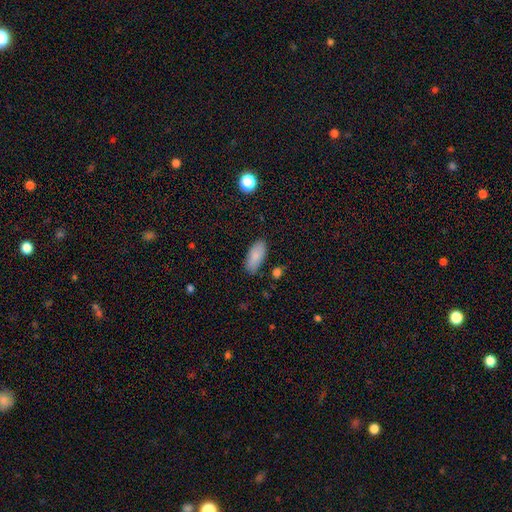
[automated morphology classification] This is clearly a smooth galaxy (86%). How rounded: clearly in between (87%). Merging: clearly none (82%).